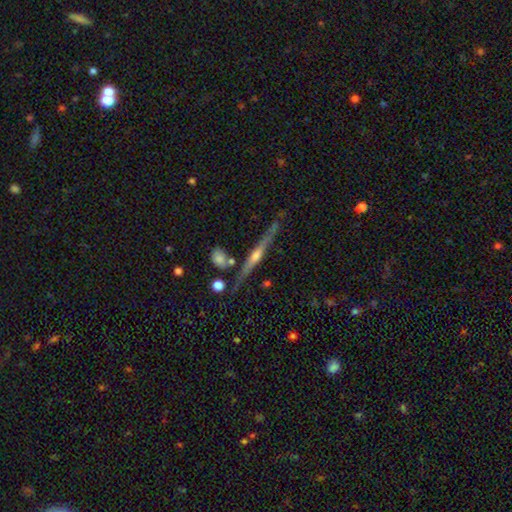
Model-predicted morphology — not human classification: A featured or disk galaxy (78%) viewed edge-on (97%) with a rounded central bulge (84%).

Vote fractions:
- Smooth or featured? featured or disk: 78% / smooth: 16% / star or artifact: 7%
- Edge-on disk? yes: 97% / no: 3%
- Edge-on bulge? rounded: 84% / none: 10% / boxy: 7%
- Merging? none: 77% / minor disturbance: 13% / merger: 6% / major disturbance: 3%